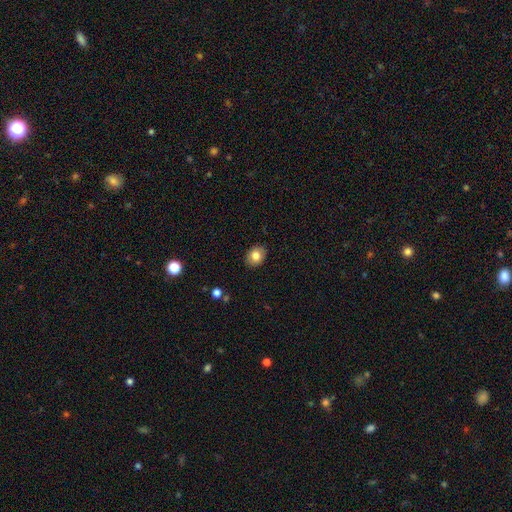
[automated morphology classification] Overall: smooth (81%). How rounded: in between (55%; round 44%). Merging: none (88%).